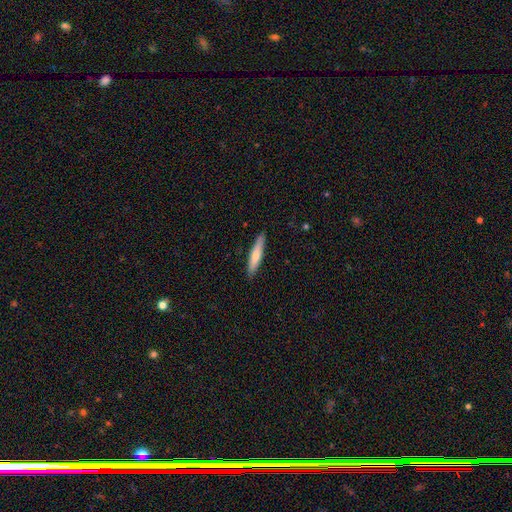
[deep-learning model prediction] Morphology: type=smooth (68%); roundness=cigar-shaped (88%); merging=none (90%).